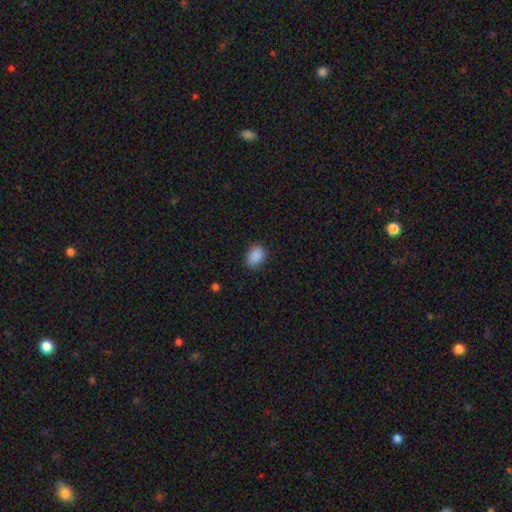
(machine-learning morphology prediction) Smooth or featured? smooth (89%)
How rounded? in between (70%)
Merging? none (82%)